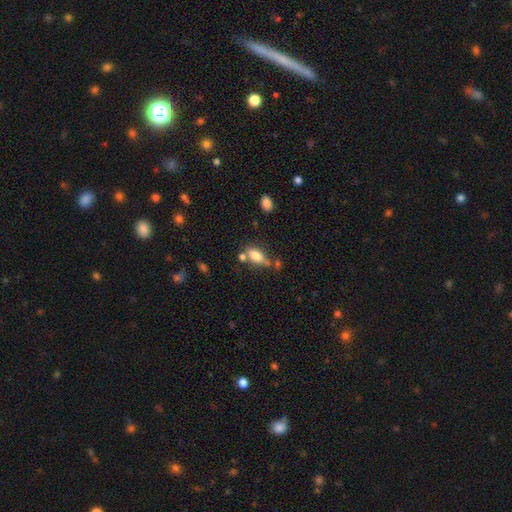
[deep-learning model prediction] A smooth galaxy with no disk features (76%) that is in between round and cigar-shaped (84%). Merging: none (54%).